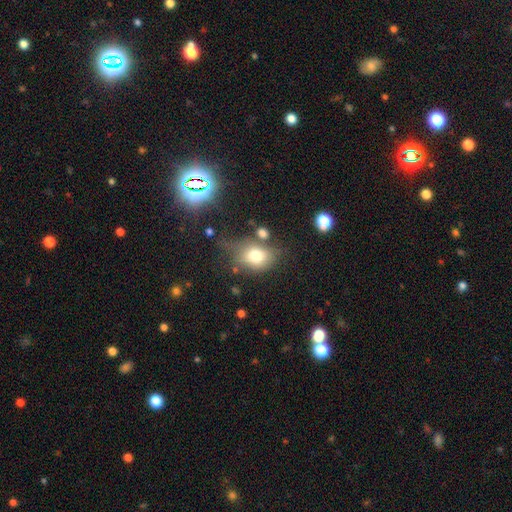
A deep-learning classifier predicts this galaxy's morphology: A smooth galaxy with no disk features (74%) that is in between round and cigar-shaped (64%).

Vote fractions:
- Smooth or featured? smooth: 74% / featured or disk: 15% / star or artifact: 12%
- How rounded? in between: 64% / round: 34% / cigar-shaped: 2%
- Merging? none: 51% / minor disturbance: 24% / major disturbance: 14% / merger: 11%